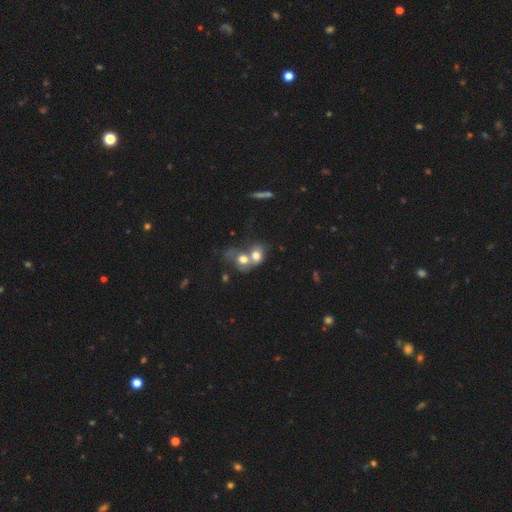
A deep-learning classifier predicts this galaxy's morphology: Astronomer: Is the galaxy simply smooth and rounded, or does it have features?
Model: smooth — 65%.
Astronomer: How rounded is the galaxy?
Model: round — 51% (runner-up: in between, 47%).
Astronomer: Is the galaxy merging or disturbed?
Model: merger — 73%.